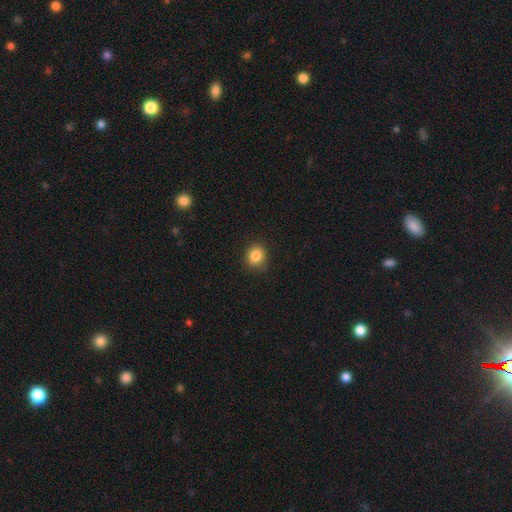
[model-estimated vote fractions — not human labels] smooth-or-featured: smooth: 86% | star or artifact: 10% | featured or disk: 4%
  how-rounded: round: 70% | in between: 29% | cigar-shaped: 1%
  merging: none: 85% | minor disturbance: 11% | major disturbance: 3% | merger: 1%